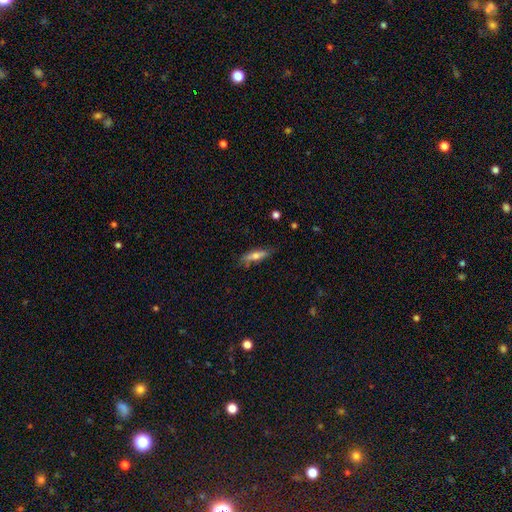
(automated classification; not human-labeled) Q: Smooth or featured?
A: smooth (62%); runner-up: featured or disk (31%)
Q: How rounded?
A: cigar-shaped (63%); runner-up: in between (35%)
Q: Merging?
A: none (77%); runner-up: minor disturbance (18%)